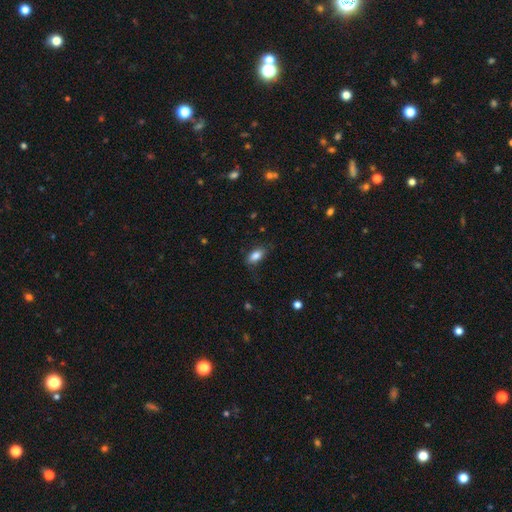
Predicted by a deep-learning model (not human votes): smooth 85%, star or artifact 8%, featured or disk 7%. Down the decision tree: how rounded — in between (89%); merging — none (77%).